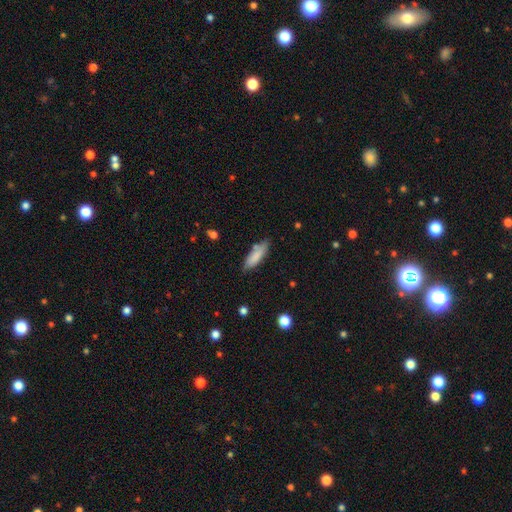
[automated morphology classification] Smooth or featured: smooth — 84% (featured or disk — 10%)
How rounded: in between — 50% (cigar-shaped — 48%)
Merging: none — 75% (minor disturbance — 18%)